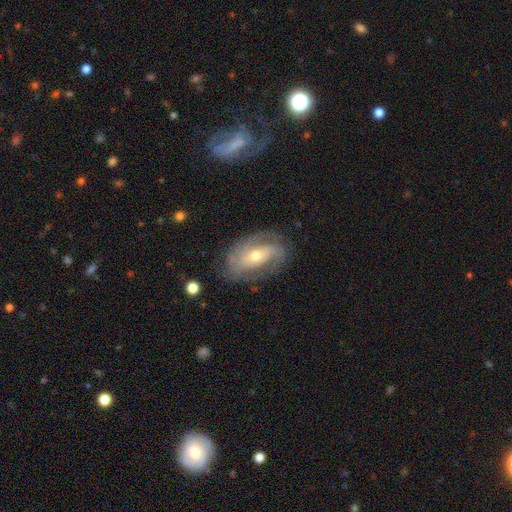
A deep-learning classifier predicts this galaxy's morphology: A featured or disk galaxy (81%) with no bar (48%), 2 (49%) tight (49%) spiral arms (92%) and a moderate central bulge (53%).

Vote fractions:
- Smooth or featured? featured or disk: 81% / smooth: 13% / star or artifact: 6%
- Edge-on disk? no: 95% / yes: 5%
- Bar? no: 48% / weak: 33% / strong: 19%
- Spiral arms? yes: 92% / no: 8%
- Spiral winding? tight: 49% / medium: 37% / loose: 14%
- Spiral arm count? 2: 49% / can't tell: 23% / 3: 16% / 1: 5% / 4: 4% / more than 4: 3%
- Bulge size? moderate: 53% / small: 42% / large: 3% / none: 1% / dominant: 1%
- Merging? none: 72% / minor disturbance: 18% / major disturbance: 8% / merger: 2%